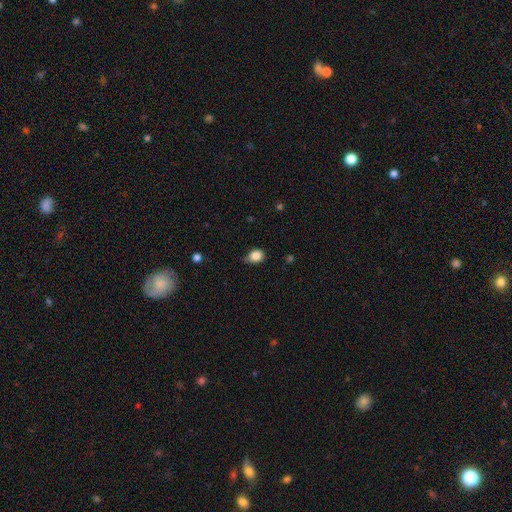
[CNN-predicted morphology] A smooth galaxy with no disk features (85%) that is round (52%). Merging: none (63%).